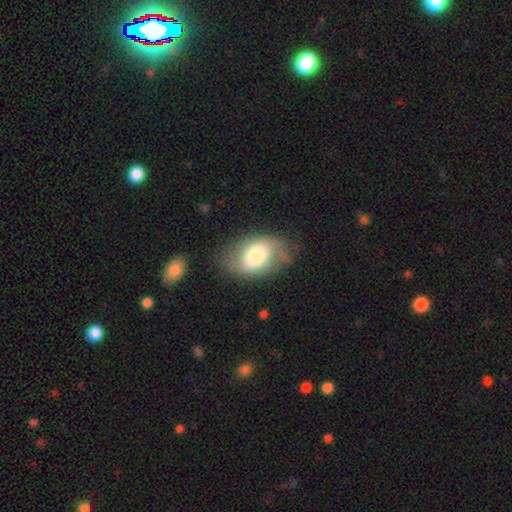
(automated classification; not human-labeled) A smooth galaxy with no disk features (59%) that is in between round and cigar-shaped (84%).

Vote fractions:
- Smooth or featured? smooth: 59% / featured or disk: 34% / star or artifact: 7%
- How rounded? in between: 84% / round: 15% / cigar-shaped: 1%
- Merging? none: 63% / minor disturbance: 23% / major disturbance: 11% / merger: 3%